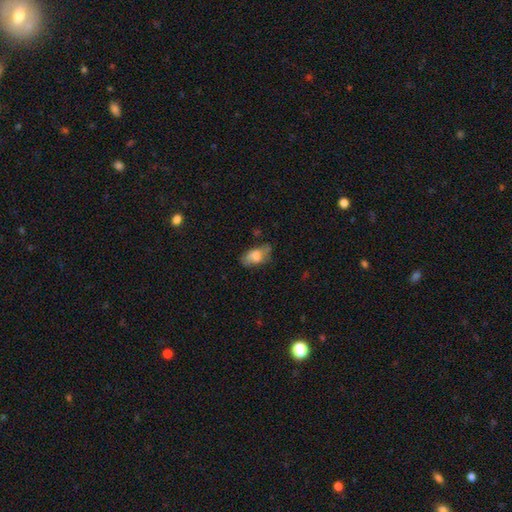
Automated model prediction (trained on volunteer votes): Smooth or featured: smooth — 63% (featured or disk — 29%)
How rounded: in between — 90% (round — 6%)
Merging: none — 52% (minor disturbance — 30%)